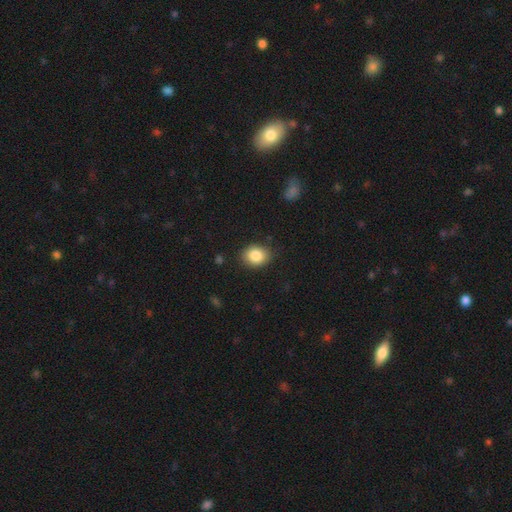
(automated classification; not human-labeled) Overall: smooth (85%). How rounded: round (54%; in between 45%). Merging: none (84%).